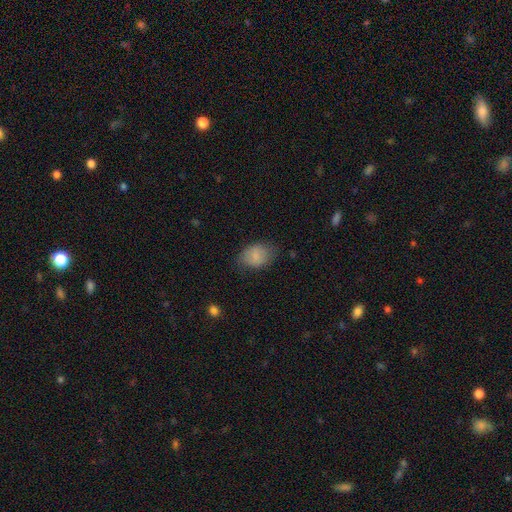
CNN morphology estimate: type=smooth (80%); roundness=in between (73%); merging=none (71%).